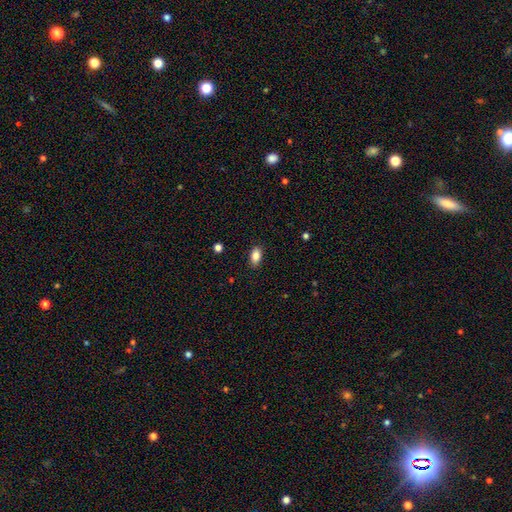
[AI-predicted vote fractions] This is clearly a smooth galaxy (86%). How rounded: clearly in between (91%). Merging: clearly none (88%).